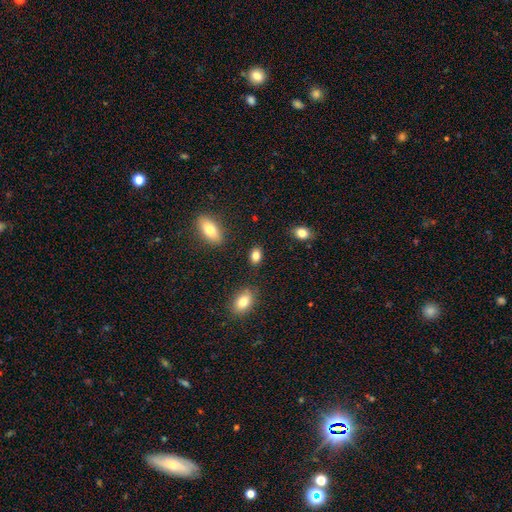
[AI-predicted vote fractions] Overall: smooth (85%). How rounded: in between (82%). Merging: none (85%).